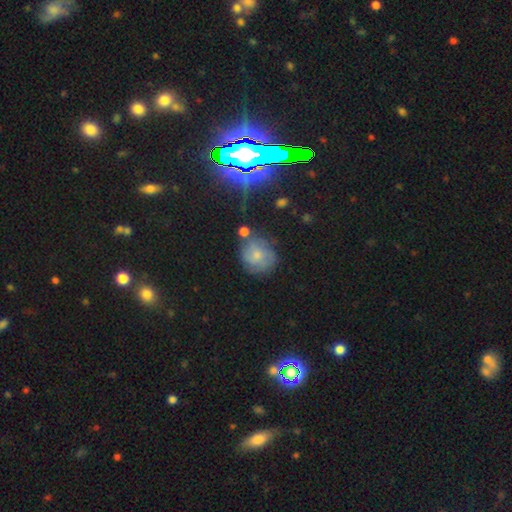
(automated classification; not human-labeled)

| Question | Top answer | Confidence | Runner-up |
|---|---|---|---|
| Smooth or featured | smooth | 58% | featured or disk (28%) |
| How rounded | round | 81% | in between (18%) |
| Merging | none | 64% | minor disturbance (21%) |